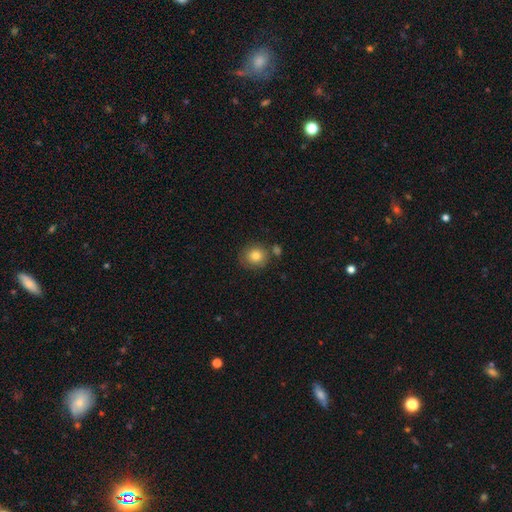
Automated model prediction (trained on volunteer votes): This is clearly a smooth galaxy (81%). How rounded: clearly round (86%). Merging: likely none (74%).